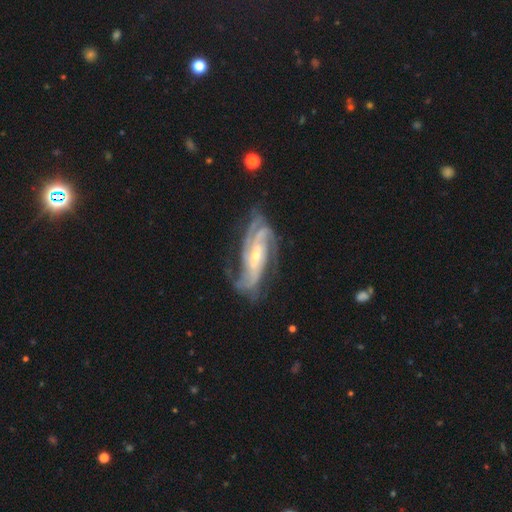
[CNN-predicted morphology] This is clearly a featured or disk galaxy (91%). It is clearly not viewed edge-on (94%). Bar: marginally no (45%). Spiral arm pattern: clearly yes (98%). Spiral arm count: marginally 3 (38%). Spiral winding: possibly tight (47%). Central bulge: likely small (68%). Merging: likely none (67%).